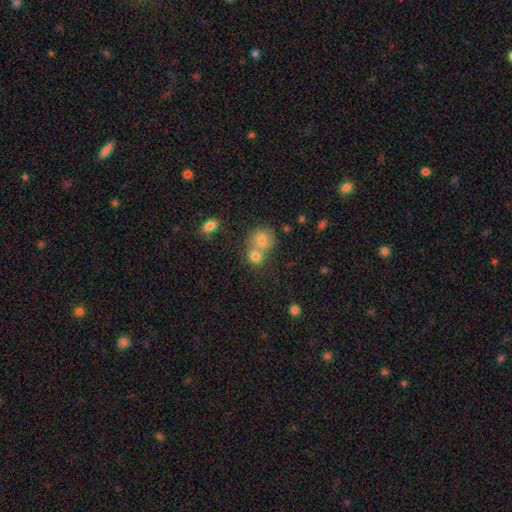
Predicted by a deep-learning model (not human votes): Smooth or featured?
  - smooth: 75% *
  - star or artifact: 13%
  - featured or disk: 12%
How rounded?
  - round: 76% *
  - in between: 23%
  - cigar-shaped: 1%
Merging?
  - merger: 52% *
  - none: 38%
  - minor disturbance: 7%
  - major disturbance: 3%